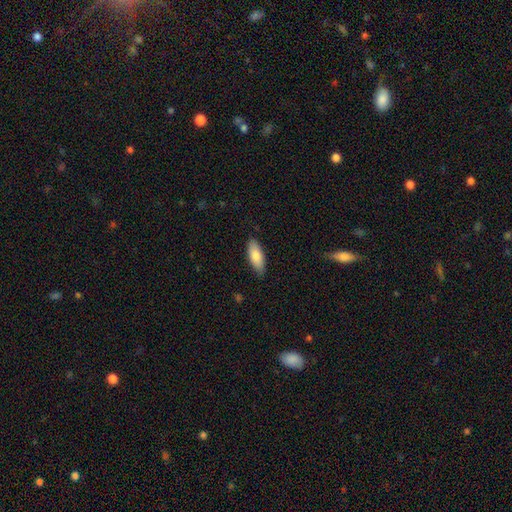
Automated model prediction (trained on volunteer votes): A smooth galaxy with no disk features (81%) that is in between round and cigar-shaped (79%).

Vote fractions:
- Smooth or featured? smooth: 81% / featured or disk: 14% / star or artifact: 6%
- How rounded? in between: 79% / cigar-shaped: 19% / round: 2%
- Merging? none: 86% / minor disturbance: 11% / major disturbance: 2% / merger: 1%